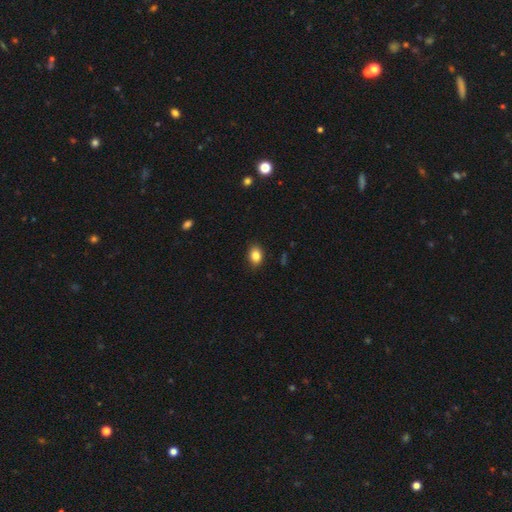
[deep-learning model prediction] Smooth or featured?
  - smooth: 85% *
  - star or artifact: 9%
  - featured or disk: 6%
How rounded?
  - in between: 72% *
  - round: 27%
  - cigar-shaped: 1%
Merging?
  - none: 87% *
  - minor disturbance: 10%
  - major disturbance: 2%
  - merger: 1%